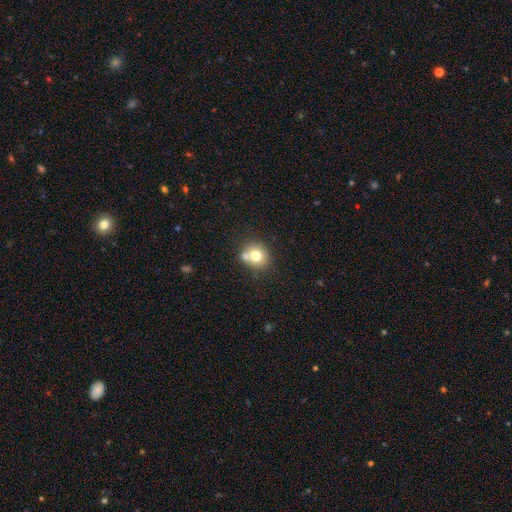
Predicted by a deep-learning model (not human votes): The model was most divided on "merging": none: 56%, merger: 29%, minor disturbance: 11%, major disturbance: 3%. More confident: how rounded — round (77%); smooth or featured — smooth (72%).